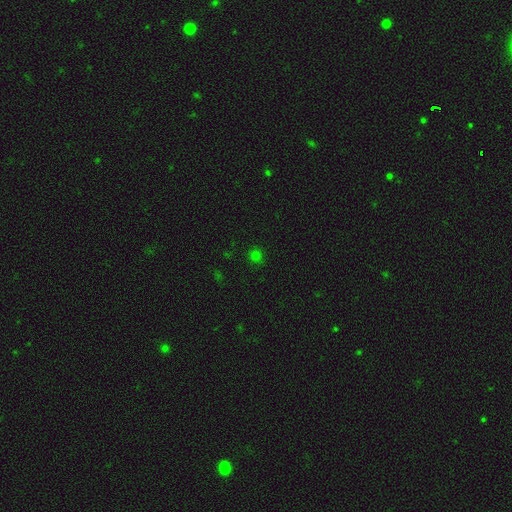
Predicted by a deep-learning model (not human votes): Smooth or featured: smooth — 71% (star or artifact — 24%)
How rounded: round — 91% (in between — 8%)
Merging: none — 89% (minor disturbance — 7%)